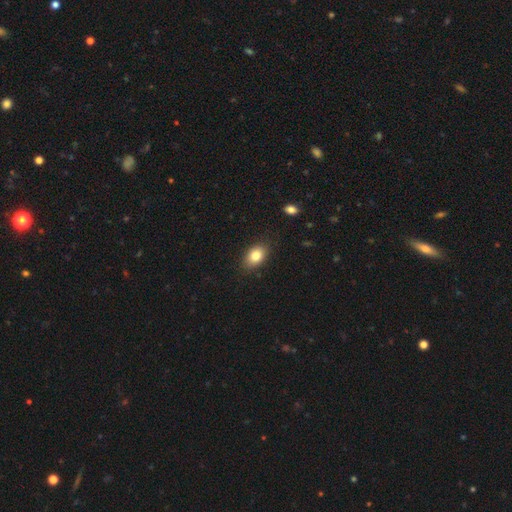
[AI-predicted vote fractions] A smooth galaxy with no disk features (82%) that is in between round and cigar-shaped (84%). Merging: none (86%).